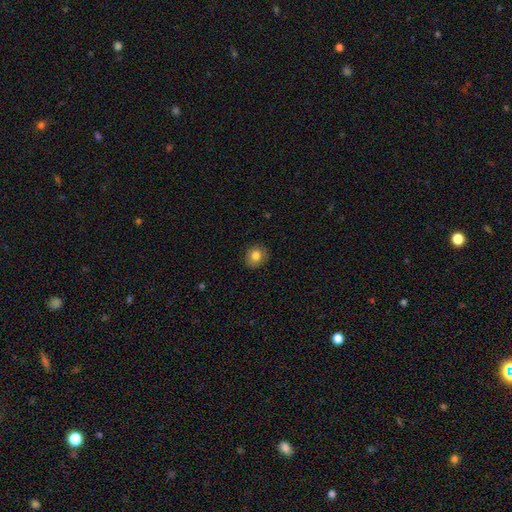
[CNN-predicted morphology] smooth-or-featured: smooth: 78% | featured or disk: 13% | star or artifact: 9%
  how-rounded: round: 74% | in between: 25% | cigar-shaped: 1%
  merging: none: 88% | minor disturbance: 9% | major disturbance: 2% | merger: 1%